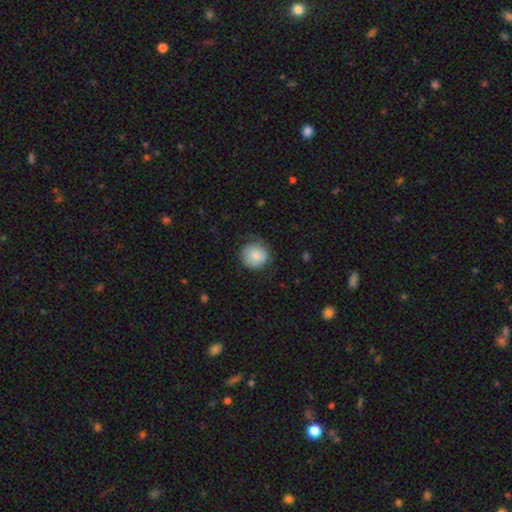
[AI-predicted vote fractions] A smooth galaxy with no disk features (77%) that is round (93%).

Vote fractions:
- Smooth or featured? smooth: 77% / featured or disk: 15% / star or artifact: 8%
- How rounded? round: 93% / in between: 6% / cigar-shaped: 1%
- Merging? none: 72% / minor disturbance: 20% / major disturbance: 7% / merger: 1%